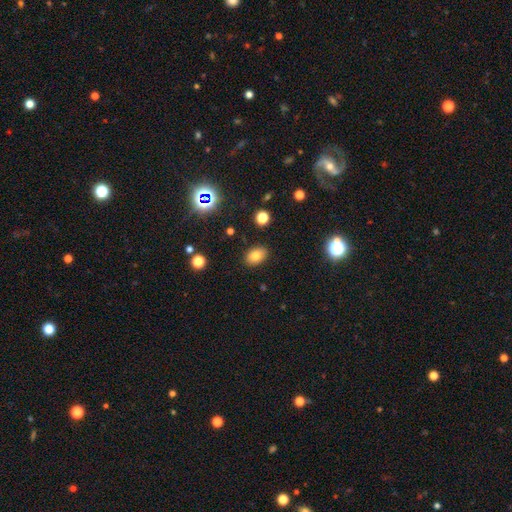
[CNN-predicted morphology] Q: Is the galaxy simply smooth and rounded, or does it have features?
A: smooth — 78%.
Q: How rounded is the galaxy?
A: in between — 81%.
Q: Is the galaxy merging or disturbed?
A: none — 88%.